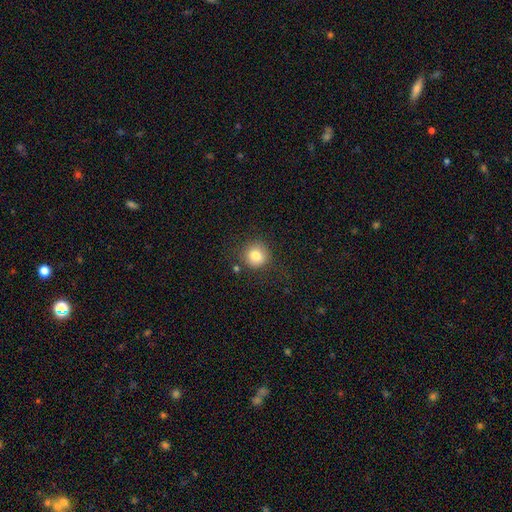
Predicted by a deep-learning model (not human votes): Q: Smooth or featured?
A: smooth (79%); runner-up: star or artifact (11%)
Q: How rounded?
A: round (93%); runner-up: in between (6%)
Q: Merging?
A: none (83%); runner-up: minor disturbance (10%)